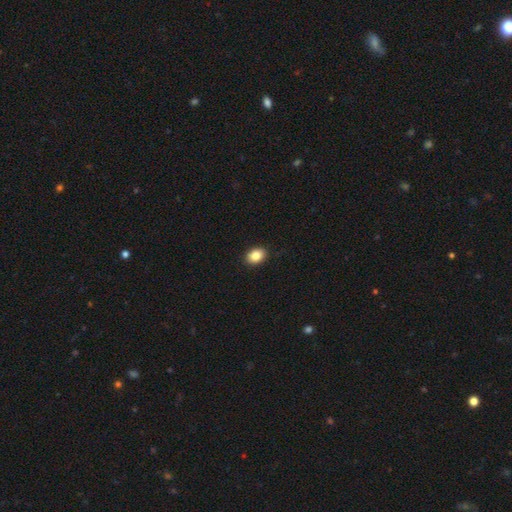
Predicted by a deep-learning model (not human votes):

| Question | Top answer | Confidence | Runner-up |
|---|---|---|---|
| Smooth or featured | smooth | 86% | star or artifact (8%) |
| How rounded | in between | 67% | round (32%) |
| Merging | none | 90% | minor disturbance (7%) |